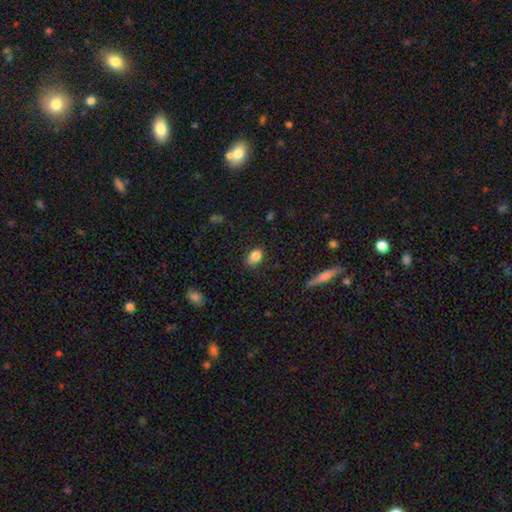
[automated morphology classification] Q: Smooth or featured?
A: smooth (84%); runner-up: star or artifact (9%)
Q: How rounded?
A: in between (83%); runner-up: round (14%)
Q: Merging?
A: none (74%); runner-up: minor disturbance (20%)